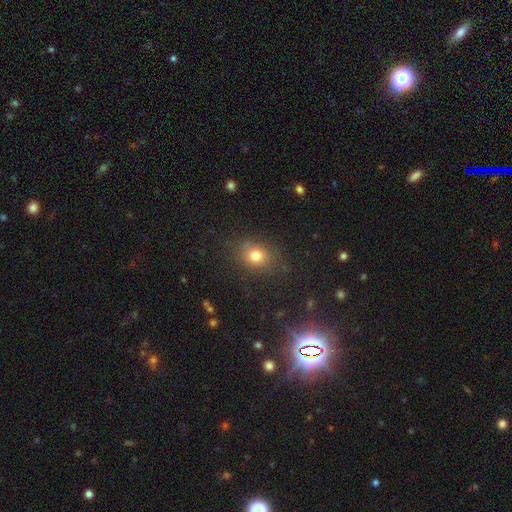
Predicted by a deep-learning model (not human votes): A smooth galaxy with no disk features (76%) that is round (57%). Merging: none (80%).